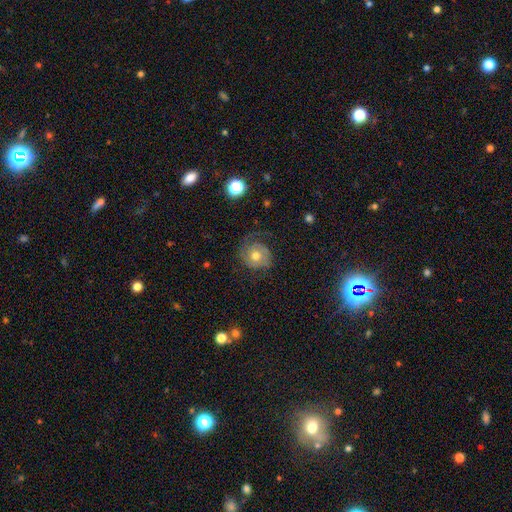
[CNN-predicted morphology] Smooth or featured: featured or disk — 63% (smooth — 28%)
Edge-on disk: no — 97% (yes — 3%)
Bar: no — 80% (weak — 17%)
Spiral arms: yes — 88% (no — 12%)
Spiral winding: tight — 43% (medium — 36%)
Spiral arm count: 2 — 52% (1 — 29%)
Bulge size: moderate — 74% (small — 17%)
Merging: none — 61% (minor disturbance — 20%)